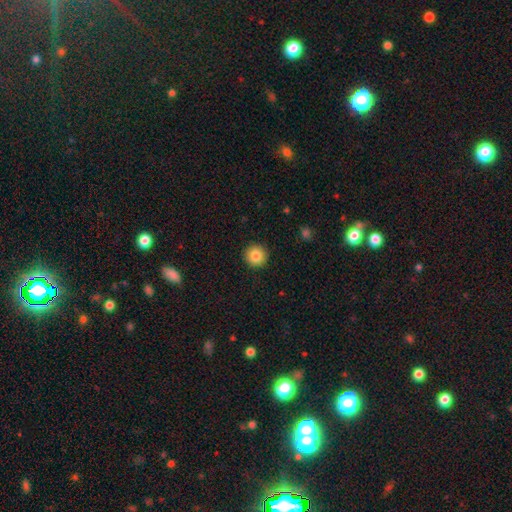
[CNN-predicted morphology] type=smooth (85%); roundness=round (96%); merging=none (92%).